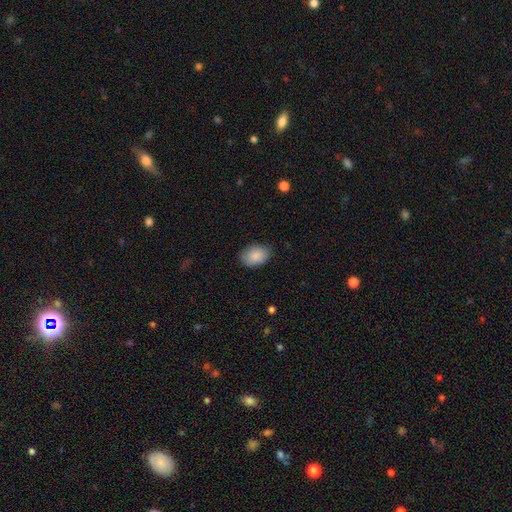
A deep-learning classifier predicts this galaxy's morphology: Smooth or featured: smooth — 89% (star or artifact — 6%)
How rounded: in between — 81% (round — 18%)
Merging: none — 80% (minor disturbance — 16%)